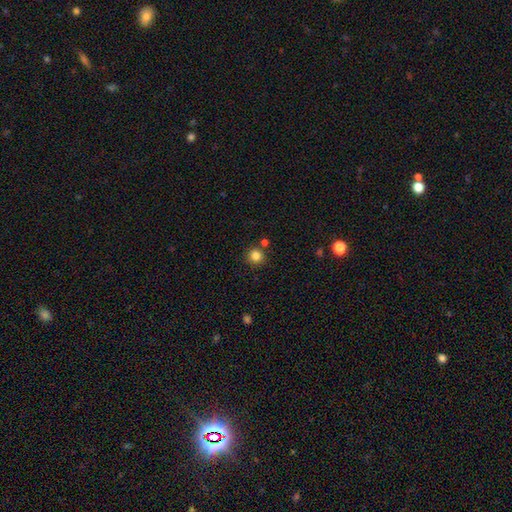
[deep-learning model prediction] A smooth galaxy with no disk features (83%) that is round (94%). Merging: none (85%).